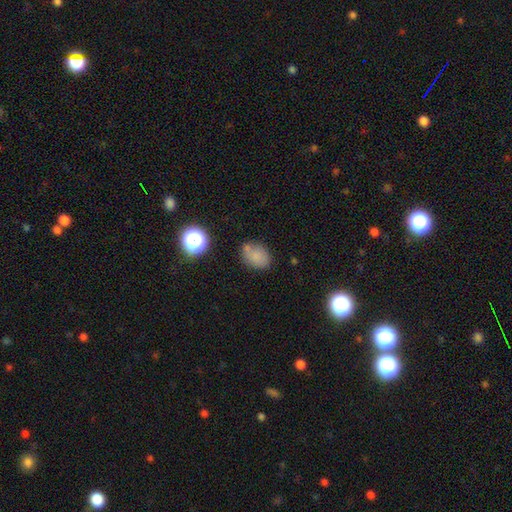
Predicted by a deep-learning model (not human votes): smooth_or_featured: smooth (p=0.76) [alt: star or artifact p=0.14]
how_rounded: in between (p=0.69) [alt: round p=0.29]
merging: none (p=0.61) [alt: minor disturbance p=0.22]